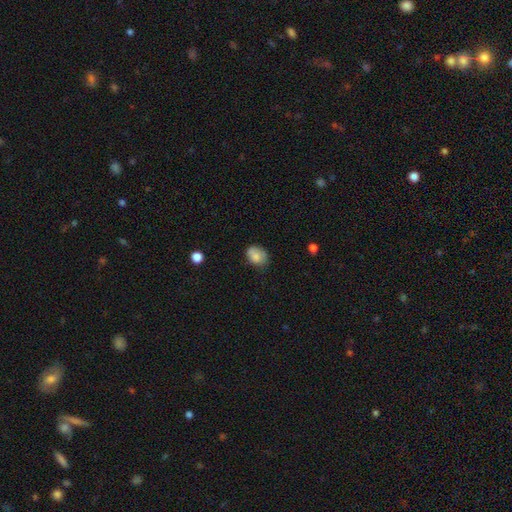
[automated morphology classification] This appears to be a smooth galaxy with no disk features (81%) that is in between round and cigar-shaped (60%). Merging: none (62%).